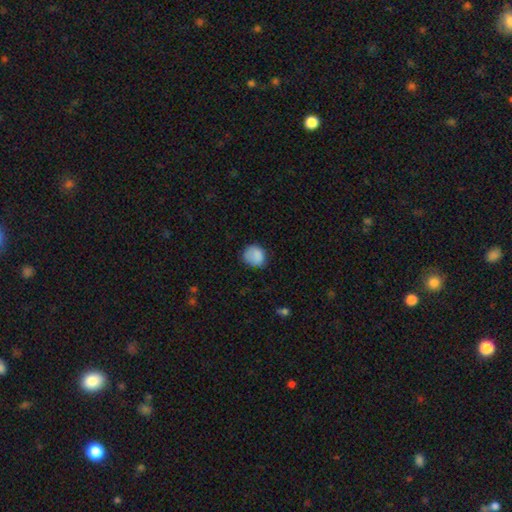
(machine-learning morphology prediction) Smooth or featured?
  - smooth: 85% *
  - star or artifact: 9%
  - featured or disk: 6%
How rounded?
  - round: 73% *
  - in between: 26%
  - cigar-shaped: 1%
Merging?
  - none: 70% *
  - minor disturbance: 22%
  - major disturbance: 6%
  - merger: 1%